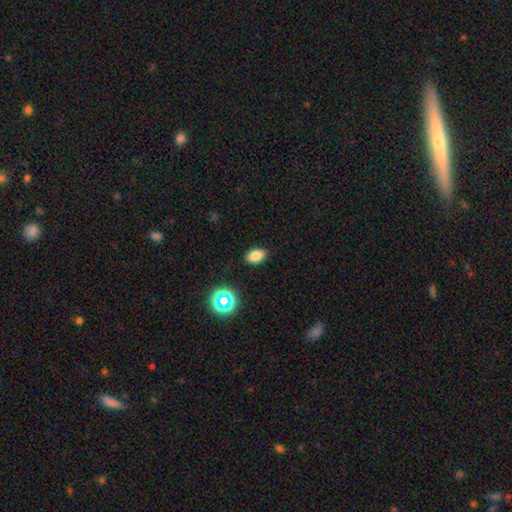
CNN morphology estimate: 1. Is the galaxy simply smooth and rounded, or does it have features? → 80% smooth, 14% star or artifact, 7% featured or disk.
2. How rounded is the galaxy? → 86% in between, 12% round, 2% cigar-shaped.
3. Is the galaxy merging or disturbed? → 88% none, 9% minor disturbance, 2% major disturbance, 1% merger.